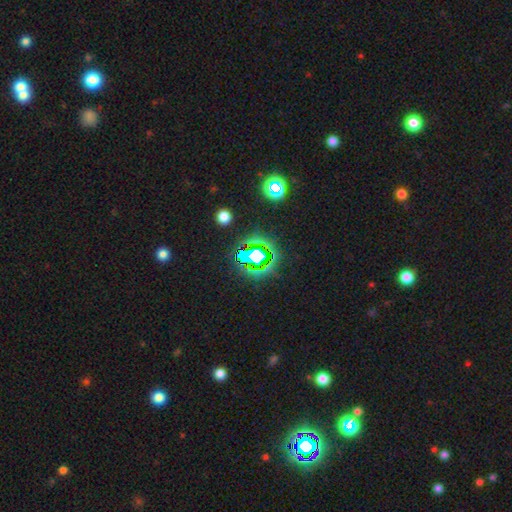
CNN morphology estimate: A star or artifact, not a galaxy (70%).